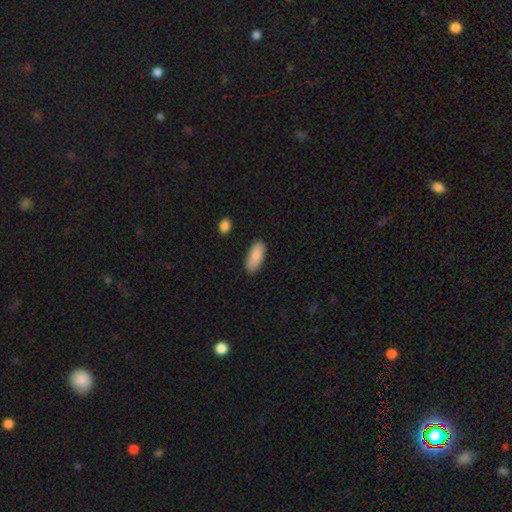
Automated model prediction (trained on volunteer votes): The model was most divided on "how rounded": in between: 80%, cigar-shaped: 18%, round: 2%. More confident: smooth or featured — smooth (88%); merging — none (83%).